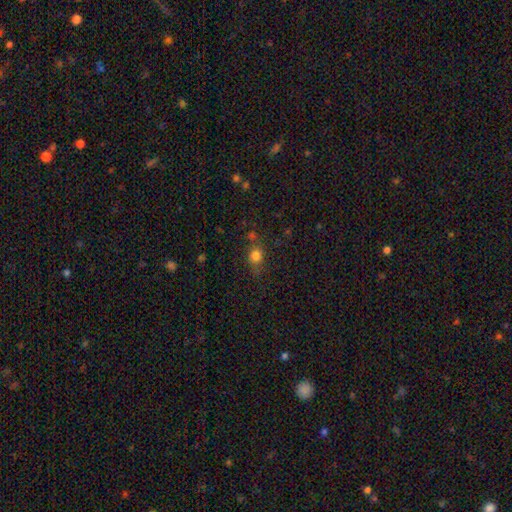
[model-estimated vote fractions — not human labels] Overall: smooth (77%). How rounded: round (66%; in between 32%). Merging: none (68%).